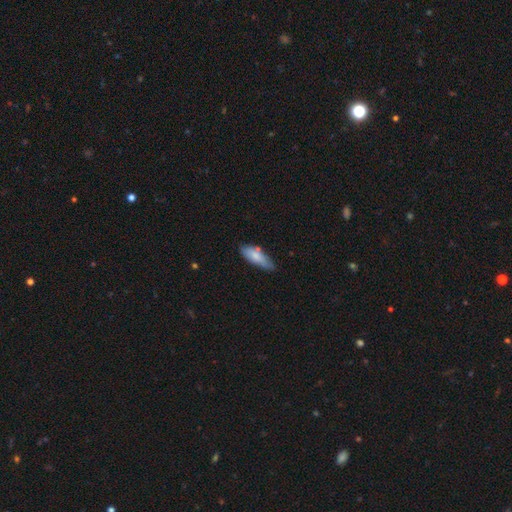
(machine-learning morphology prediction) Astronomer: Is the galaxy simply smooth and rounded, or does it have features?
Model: smooth — 76%.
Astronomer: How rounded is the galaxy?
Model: in between — 63%.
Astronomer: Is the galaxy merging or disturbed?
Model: none — 57%.